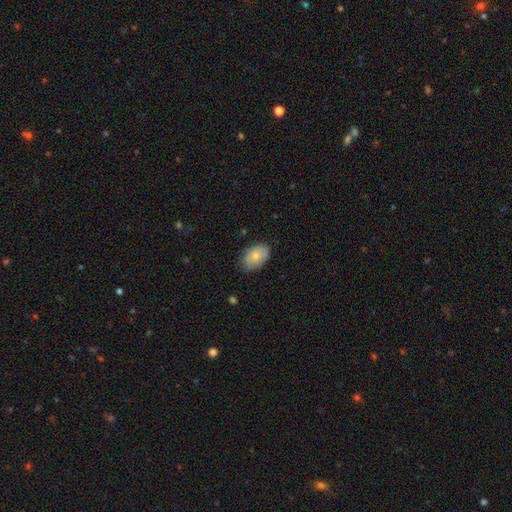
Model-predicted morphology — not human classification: Smooth or featured?
  - smooth: 78% *
  - featured or disk: 15%
  - star or artifact: 7%
How rounded?
  - in between: 88% *
  - round: 11%
  - cigar-shaped: 1%
Merging?
  - none: 75% *
  - minor disturbance: 20%
  - major disturbance: 3%
  - merger: 1%